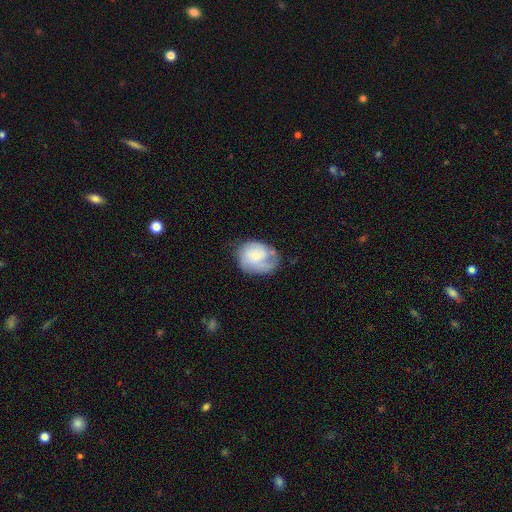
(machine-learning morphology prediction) A smooth galaxy with no disk features (53%) that is in between round and cigar-shaped (53%).

Vote fractions:
- Smooth or featured? smooth: 53% / featured or disk: 39% / star or artifact: 8%
- How rounded? in between: 53% / round: 46% / cigar-shaped: 1%
- Merging? none: 45% / minor disturbance: 32% / major disturbance: 20% / merger: 3%